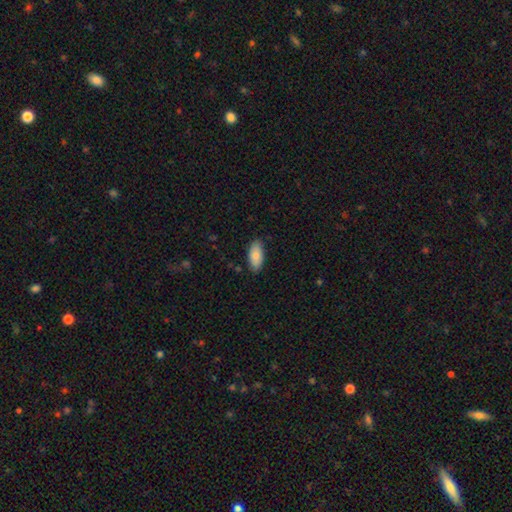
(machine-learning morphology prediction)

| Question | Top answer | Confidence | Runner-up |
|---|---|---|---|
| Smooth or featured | smooth | 82% | featured or disk (12%) |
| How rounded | in between | 92% | cigar-shaped (6%) |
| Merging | none | 83% | minor disturbance (14%) |